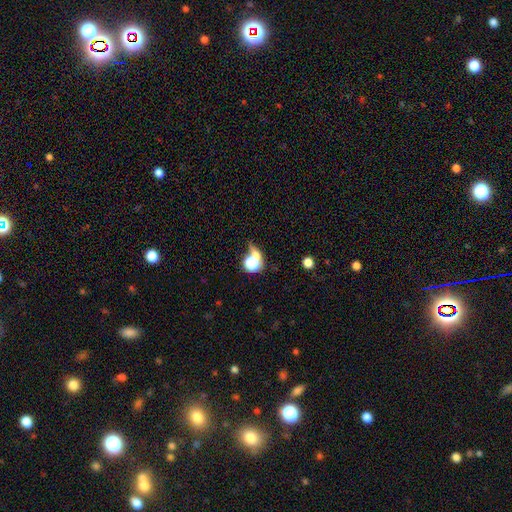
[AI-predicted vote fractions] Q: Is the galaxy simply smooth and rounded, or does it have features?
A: smooth — 54%.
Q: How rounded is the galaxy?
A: round — 64%.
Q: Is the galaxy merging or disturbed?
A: none — 48%.